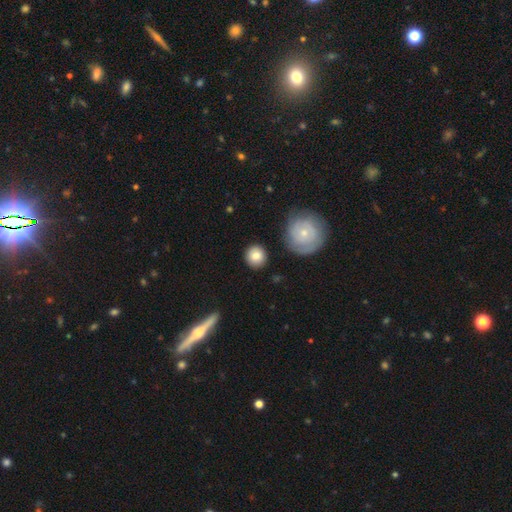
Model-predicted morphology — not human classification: Smooth or featured?
  - smooth: 81% *
  - featured or disk: 12%
  - star or artifact: 7%
How rounded?
  - round: 92% *
  - in between: 7%
  - cigar-shaped: 1%
Merging?
  - none: 88% *
  - minor disturbance: 7%
  - merger: 2%
  - major disturbance: 2%